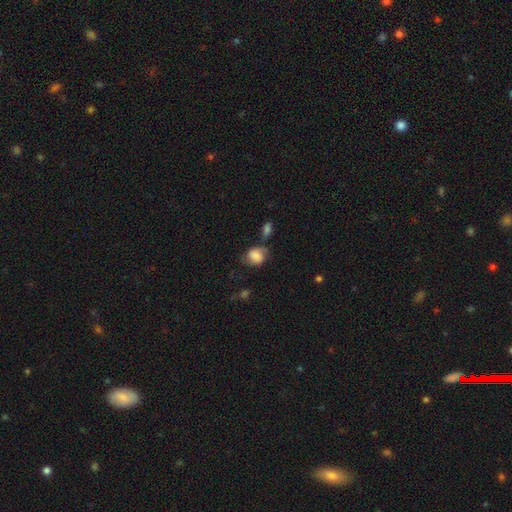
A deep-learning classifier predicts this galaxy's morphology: smooth-or-featured: smooth: 64% | featured or disk: 27% | star or artifact: 9%
  how-rounded: in between: 50% | round: 49% | cigar-shaped: 1%
  merging: none: 47% | minor disturbance: 27% | major disturbance: 13% | merger: 12%